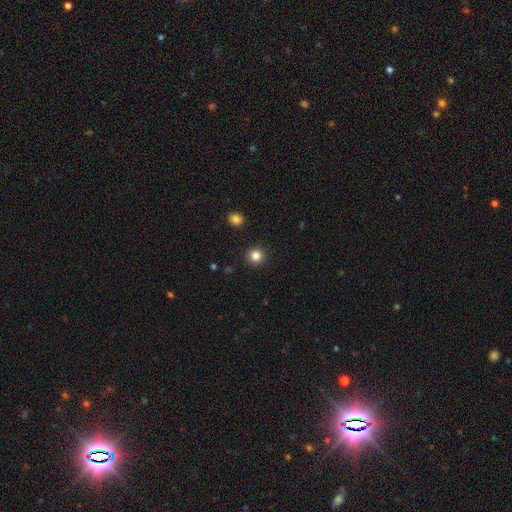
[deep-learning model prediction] Smooth or featured?
  - smooth: 84% *
  - star or artifact: 12%
  - featured or disk: 5%
How rounded?
  - round: 93% *
  - in between: 6%
  - cigar-shaped: 1%
Merging?
  - none: 92% *
  - minor disturbance: 5%
  - major disturbance: 2%
  - merger: 1%